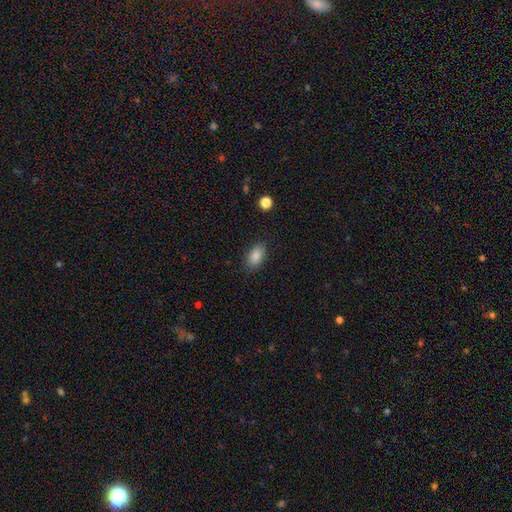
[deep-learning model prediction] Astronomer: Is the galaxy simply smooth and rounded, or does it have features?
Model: smooth — 86%.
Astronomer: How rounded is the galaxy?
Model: in between — 90%.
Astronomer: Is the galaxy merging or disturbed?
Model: none — 86%.